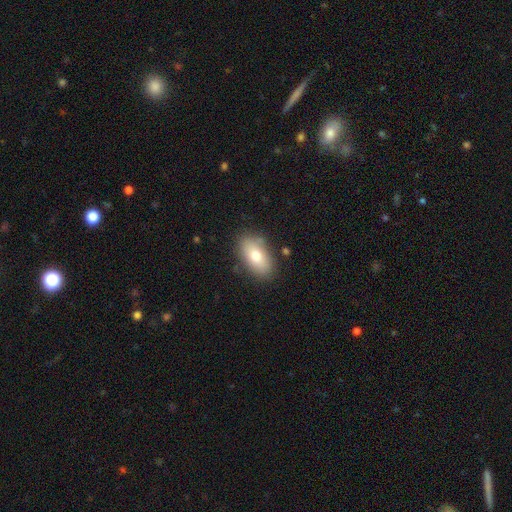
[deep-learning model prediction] smooth_or_featured: smooth (p=0.75) [alt: featured or disk p=0.17]
how_rounded: in between (p=0.92) [alt: round p=0.06]
merging: none (p=0.82) [alt: minor disturbance p=0.12]